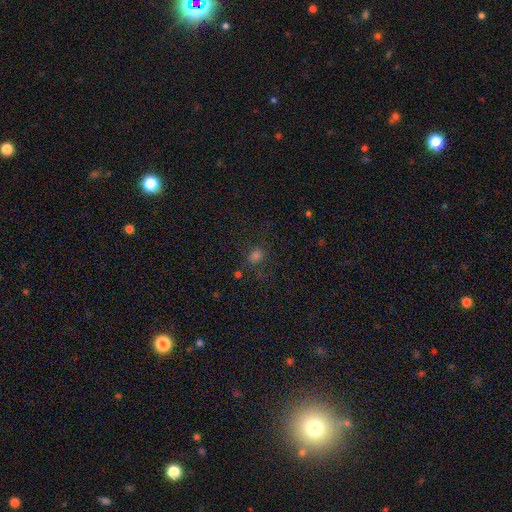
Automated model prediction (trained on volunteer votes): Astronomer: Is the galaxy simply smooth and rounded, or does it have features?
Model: smooth — 66%.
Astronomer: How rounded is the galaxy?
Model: round — 62% (runner-up: in between, 37%).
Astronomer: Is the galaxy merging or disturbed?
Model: none — 70%.